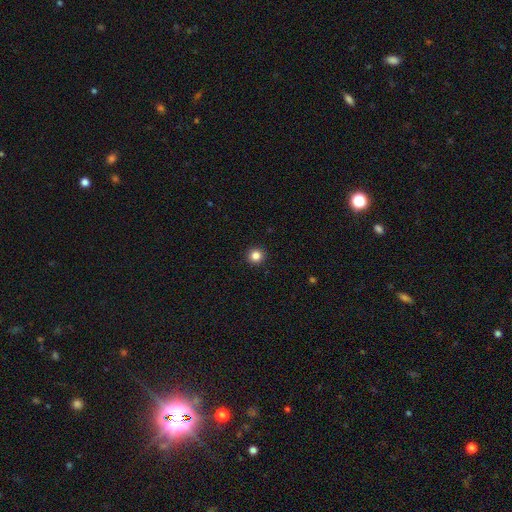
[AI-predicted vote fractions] Smooth or featured?
  - smooth: 84% *
  - star or artifact: 12%
  - featured or disk: 4%
How rounded?
  - round: 95% *
  - in between: 4%
  - cigar-shaped: 1%
Merging?
  - none: 94% *
  - minor disturbance: 4%
  - major disturbance: 1%
  - merger: 1%